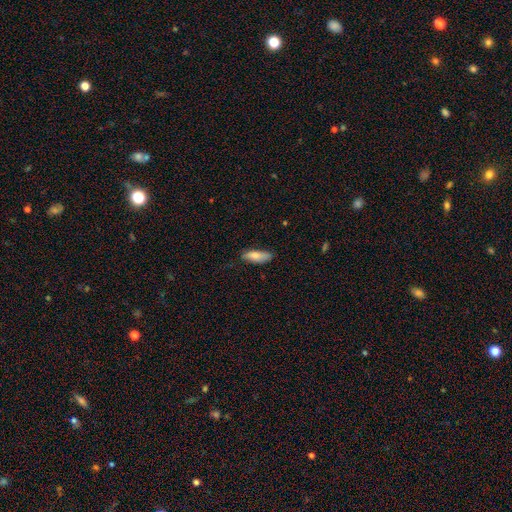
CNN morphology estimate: The model was most divided on "how rounded": in between: 61%, cigar-shaped: 37%, round: 2%. More confident: merging — none (77%); smooth or featured — smooth (75%).